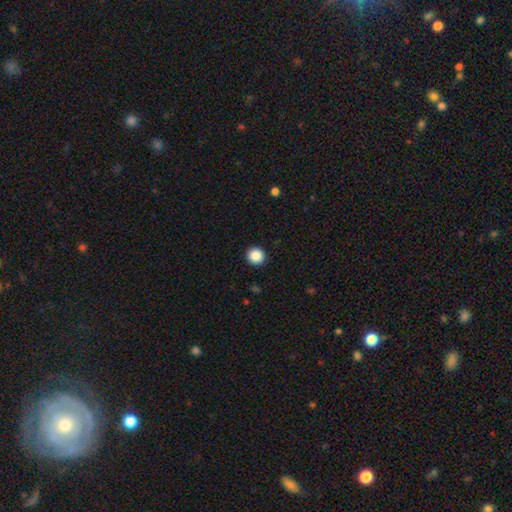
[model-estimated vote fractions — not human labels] Morphology: type=smooth (88%); roundness=round (95%); merging=none (93%).